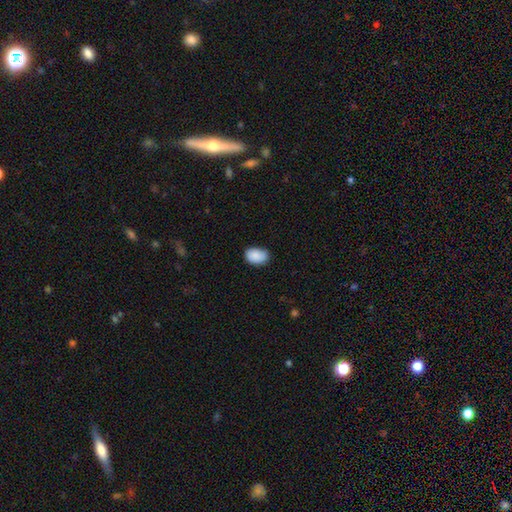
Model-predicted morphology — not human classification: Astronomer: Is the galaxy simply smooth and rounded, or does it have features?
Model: smooth — 87%.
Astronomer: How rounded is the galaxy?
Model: in between — 83%.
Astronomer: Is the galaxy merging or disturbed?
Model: none — 71%.